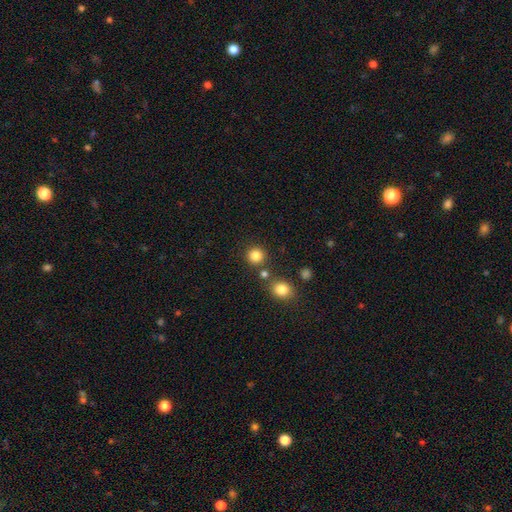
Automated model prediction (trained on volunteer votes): smooth_or_featured: smooth (p=0.84) [alt: star or artifact p=0.12]
how_rounded: round (p=0.92) [alt: in between p=0.08]
merging: none (p=0.82) [alt: merger p=0.08]